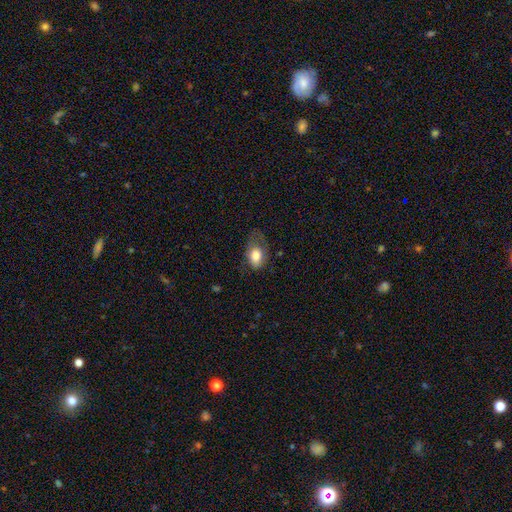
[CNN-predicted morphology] Smooth or featured: smooth — 75% (featured or disk — 18%)
How rounded: in between — 83% (round — 15%)
Merging: none — 35% (minor disturbance — 32%)